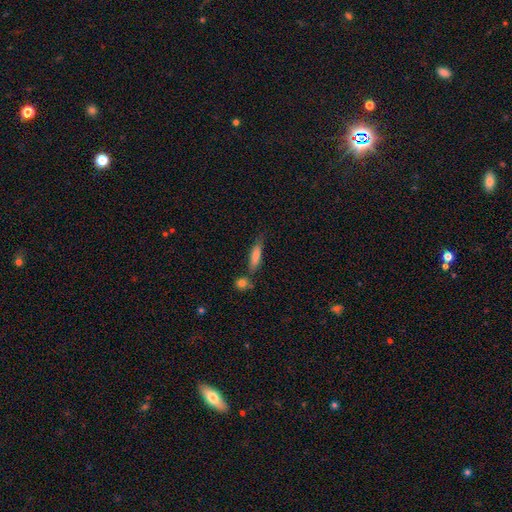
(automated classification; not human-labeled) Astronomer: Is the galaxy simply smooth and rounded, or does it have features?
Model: smooth — 71%.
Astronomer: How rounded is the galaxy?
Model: cigar-shaped — 68%.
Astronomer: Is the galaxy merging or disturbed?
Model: none — 62%.